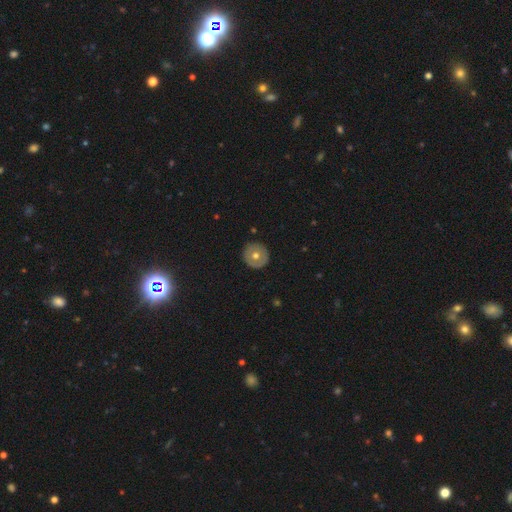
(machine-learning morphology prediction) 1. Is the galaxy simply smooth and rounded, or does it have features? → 57% smooth, 36% featured or disk, 7% star or artifact.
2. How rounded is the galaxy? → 94% round, 5% in between, 1% cigar-shaped.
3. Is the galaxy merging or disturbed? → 90% none, 8% minor disturbance, 2% major disturbance, 1% merger.